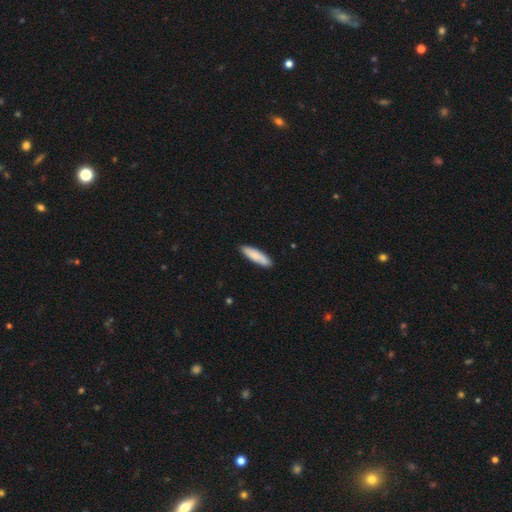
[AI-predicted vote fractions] smooth-or-featured: smooth: 86% | featured or disk: 9% | star or artifact: 5%
  how-rounded: cigar-shaped: 68% | in between: 31% | round: 1%
  merging: none: 88% | minor disturbance: 10% | major disturbance: 1% | merger: 1%